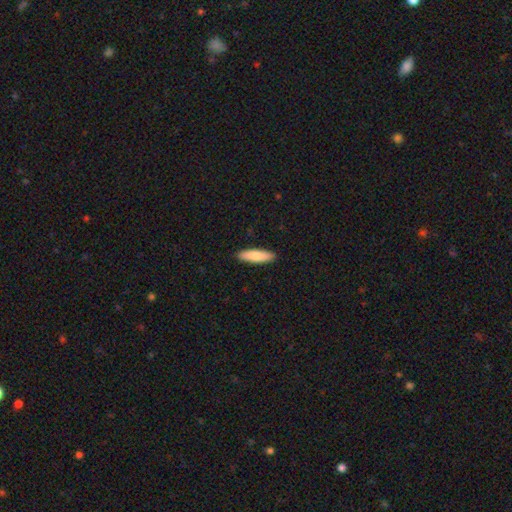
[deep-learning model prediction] smooth 82%, featured or disk 13%, star or artifact 5%. Down the decision tree: how rounded — cigar-shaped (64%); merging — none (91%).